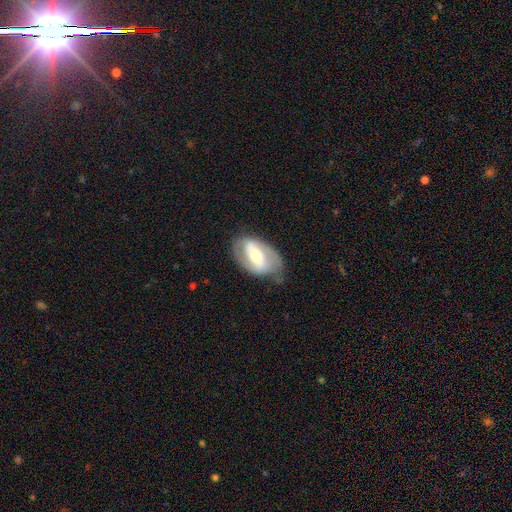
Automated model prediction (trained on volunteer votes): The model was most divided on "bar": strong: 50%, weak: 31%, no: 19%. More confident: edge-on disk — no (94%); smooth or featured — featured or disk (73%); spiral arms — yes (72%); merging — none (66%); bulge size — moderate (59%).